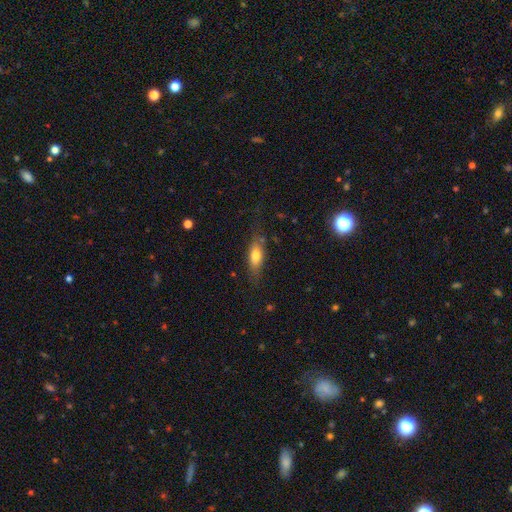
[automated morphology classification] smooth_or_featured: smooth (p=0.69) [alt: featured or disk p=0.23]
how_rounded: in between (p=0.70) [alt: cigar-shaped p=0.27]
merging: none (p=0.68) [alt: minor disturbance p=0.21]